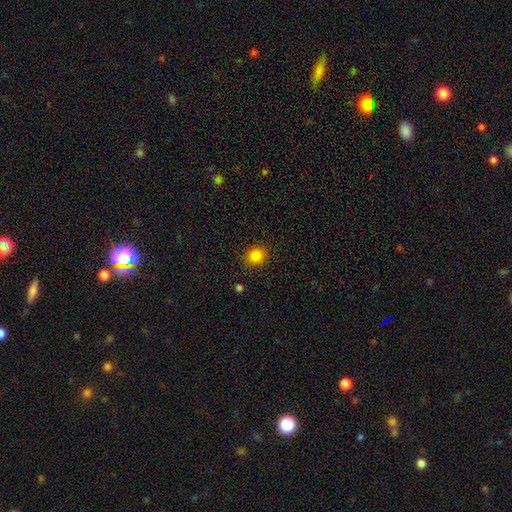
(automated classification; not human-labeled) The model was most divided on "how rounded": round: 81%, in between: 18%, cigar-shaped: 1%. More confident: merging — none (89%); smooth or featured — smooth (84%).